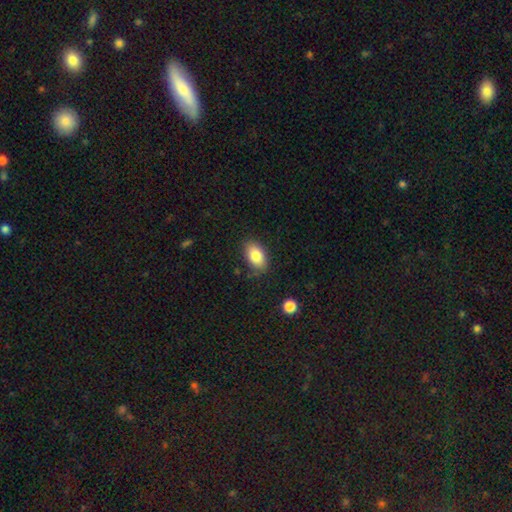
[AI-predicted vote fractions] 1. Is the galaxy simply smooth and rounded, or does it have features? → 82% smooth, 10% featured or disk, 8% star or artifact.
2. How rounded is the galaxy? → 90% in between, 8% round, 2% cigar-shaped.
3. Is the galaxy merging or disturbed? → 83% none, 12% minor disturbance, 3% major disturbance, 2% merger.